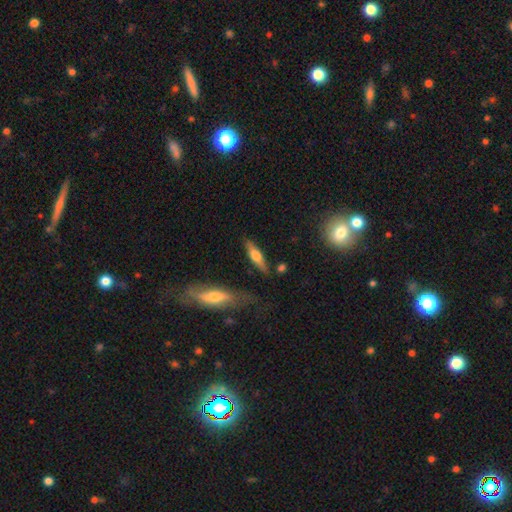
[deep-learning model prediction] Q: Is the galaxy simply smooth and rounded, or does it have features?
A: smooth — 50%.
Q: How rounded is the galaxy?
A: cigar-shaped — 66%.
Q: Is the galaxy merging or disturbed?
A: none — 78%.